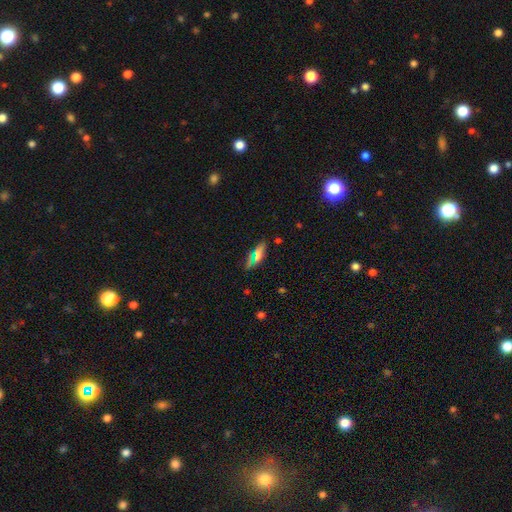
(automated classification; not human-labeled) Smooth or featured? smooth (59%)
How rounded? in between (62%)
Merging? none (78%)